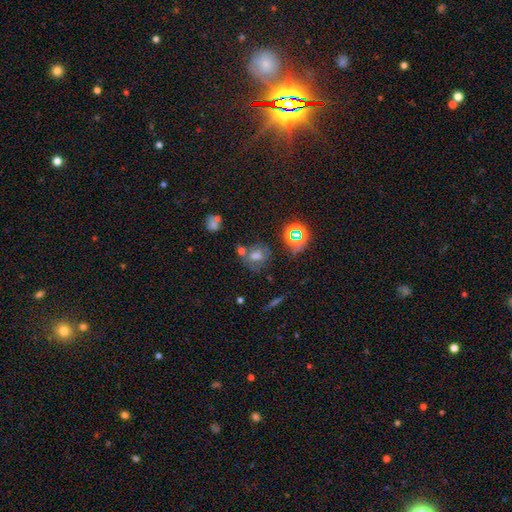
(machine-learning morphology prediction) smooth_or_featured: smooth (p=0.50) [alt: star or artifact p=0.31]
how_rounded: round (p=0.65) [alt: in between p=0.34]
merging: none (p=0.59) [alt: merger p=0.17]